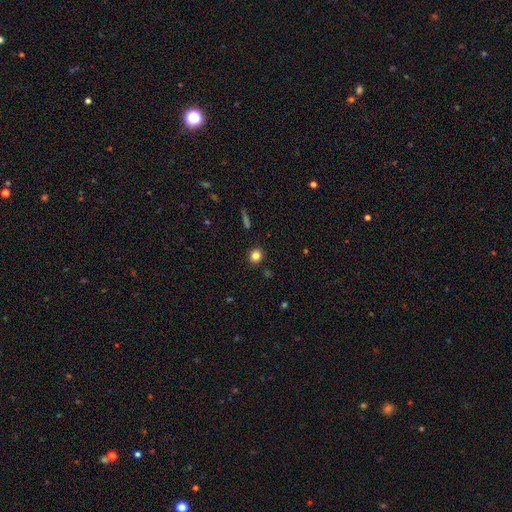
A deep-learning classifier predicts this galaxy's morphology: smooth-or-featured: smooth: 83% | star or artifact: 12% | featured or disk: 5%
  how-rounded: round: 85% | in between: 14% | cigar-shaped: 1%
  merging: none: 91% | minor disturbance: 6% | major disturbance: 2% | merger: 1%